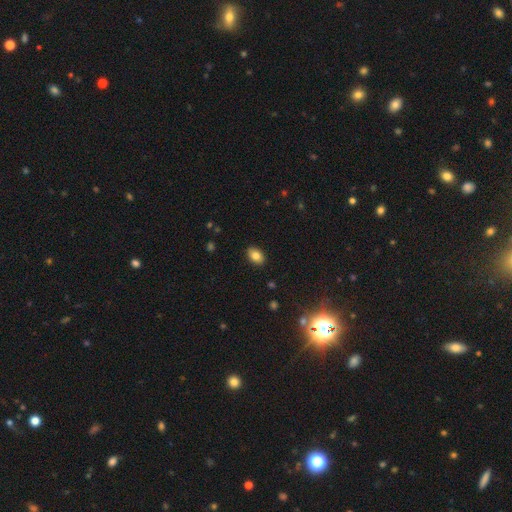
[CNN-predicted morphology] Smooth or featured: smooth — 82% (featured or disk — 9%)
How rounded: in between — 86% (round — 13%)
Merging: none — 89% (minor disturbance — 8%)